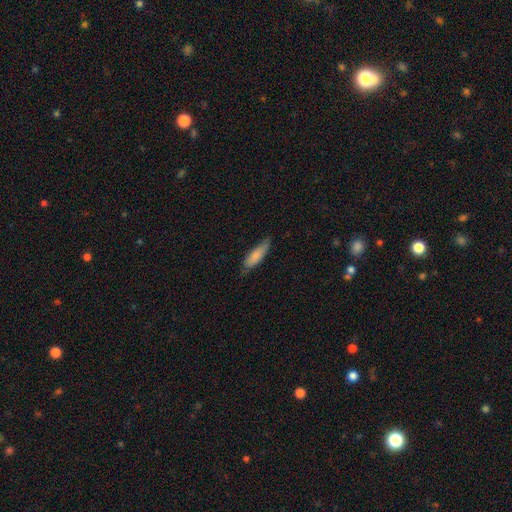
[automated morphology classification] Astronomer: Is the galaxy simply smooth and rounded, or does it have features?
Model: smooth — 79%.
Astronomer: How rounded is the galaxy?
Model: cigar-shaped — 58% (runner-up: in between, 40%).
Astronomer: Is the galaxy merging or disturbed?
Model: none — 71%.